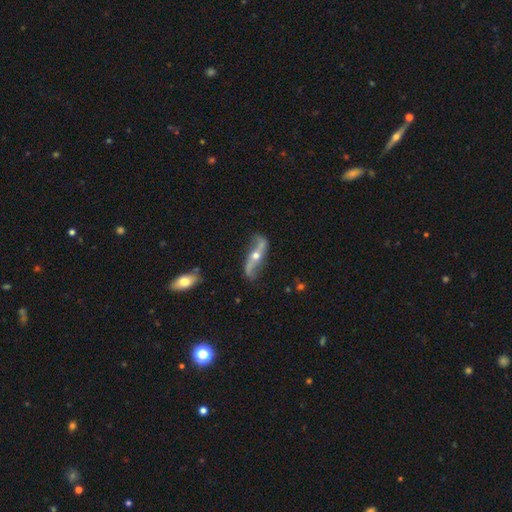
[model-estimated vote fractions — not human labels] Overall: featured or disk (84%). Edge-on disk: no (77%). Bar: no (52%; strong 25%). Spiral arms: yes (91%). Spiral arm count: 2 (93%). Spiral winding: loose (89%). Bulge size: moderate (66%; small 28%). Merging: none (72%).